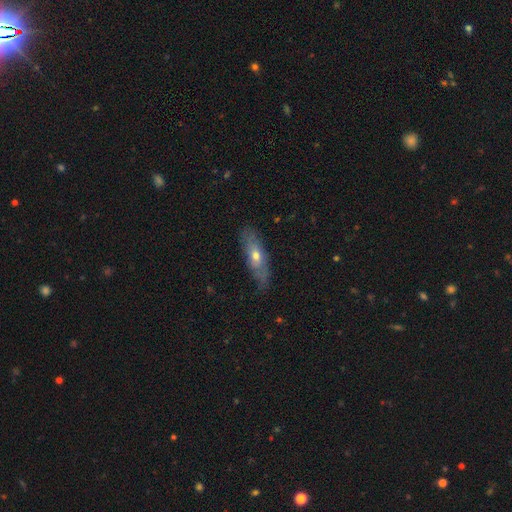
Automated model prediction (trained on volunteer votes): smooth_or_featured: featured or disk (p=0.49) [alt: smooth p=0.44]
merging: none (p=0.79) [alt: minor disturbance p=0.17]